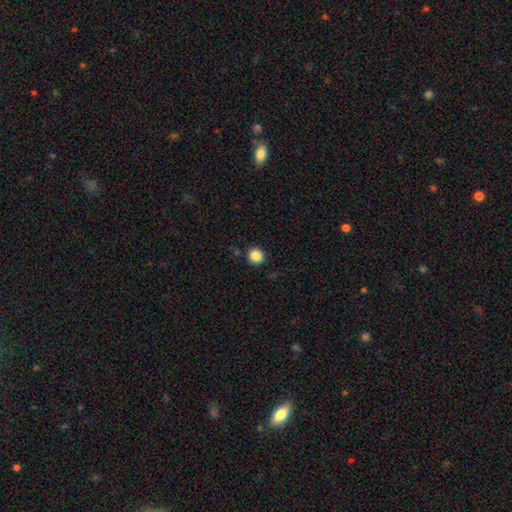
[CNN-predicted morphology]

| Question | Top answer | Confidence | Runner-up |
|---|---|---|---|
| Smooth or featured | smooth | 87% | star or artifact (10%) |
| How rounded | round | 92% | in between (7%) |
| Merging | none | 90% | minor disturbance (7%) |